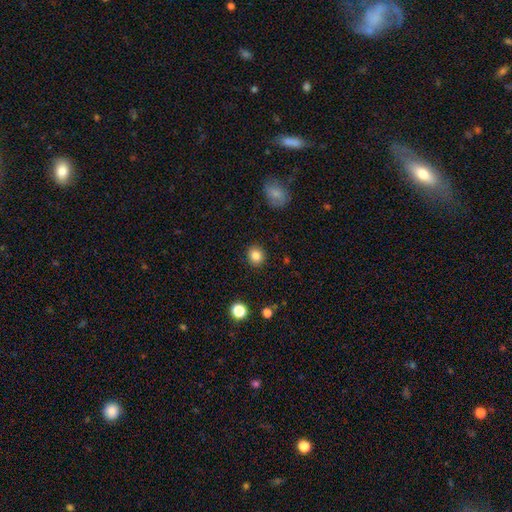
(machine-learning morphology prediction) smooth-or-featured: smooth: 85% | star or artifact: 10% | featured or disk: 5%
  how-rounded: round: 81% | in between: 18% | cigar-shaped: 1%
  merging: none: 90% | minor disturbance: 6% | major disturbance: 2% | merger: 1%